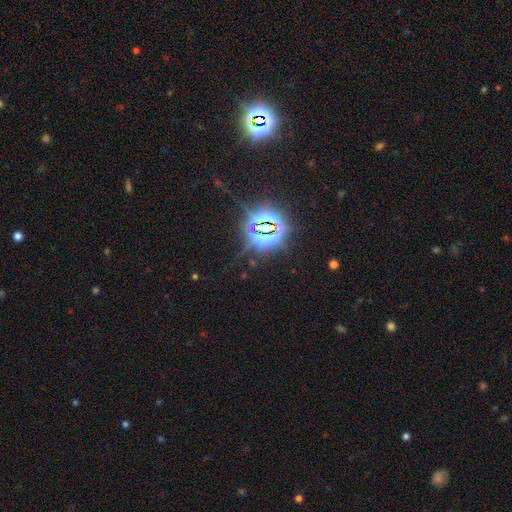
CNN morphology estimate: A star or artifact, not a galaxy (85%).

Vote fractions:
- Smooth or featured? star or artifact: 85% / smooth: 10% / featured or disk: 6%